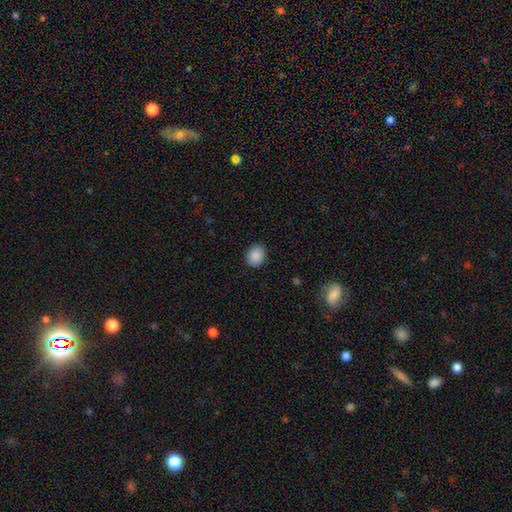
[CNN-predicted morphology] Smooth or featured? Predicted: smooth (p=0.89). How rounded? Predicted: round (p=0.57). Merging? Predicted: none (p=0.89).